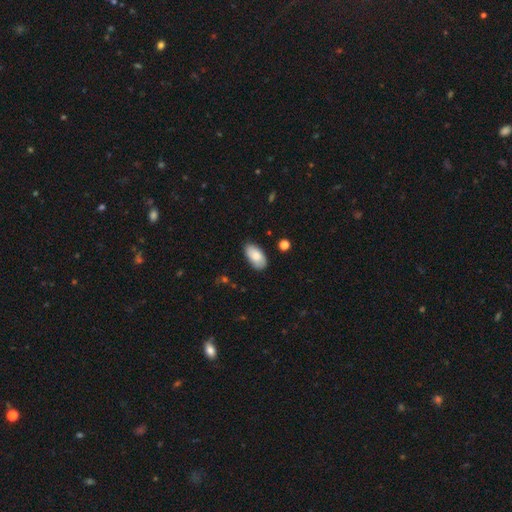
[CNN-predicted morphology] Smooth or featured?
  - smooth: 83% *
  - featured or disk: 11%
  - star or artifact: 6%
How rounded?
  - in between: 95% *
  - cigar-shaped: 3%
  - round: 2%
Merging?
  - none: 81% *
  - minor disturbance: 14%
  - major disturbance: 3%
  - merger: 2%